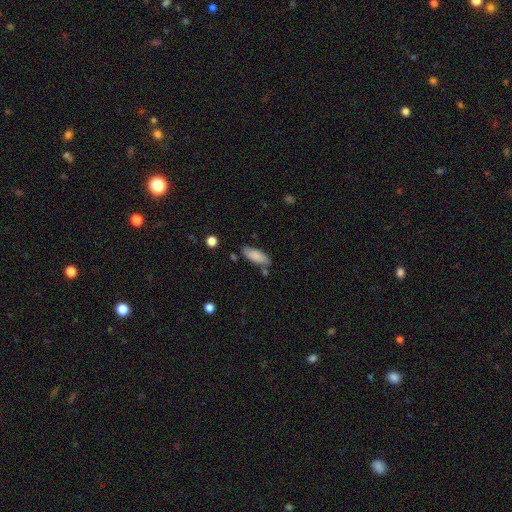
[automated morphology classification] A smooth galaxy with no disk features (85%) that is in between round and cigar-shaped (79%).

Vote fractions:
- Smooth or featured? smooth: 85% / featured or disk: 9% / star or artifact: 6%
- How rounded? in between: 79% / cigar-shaped: 19% / round: 2%
- Merging? none: 72% / minor disturbance: 18% / merger: 7% / major disturbance: 4%